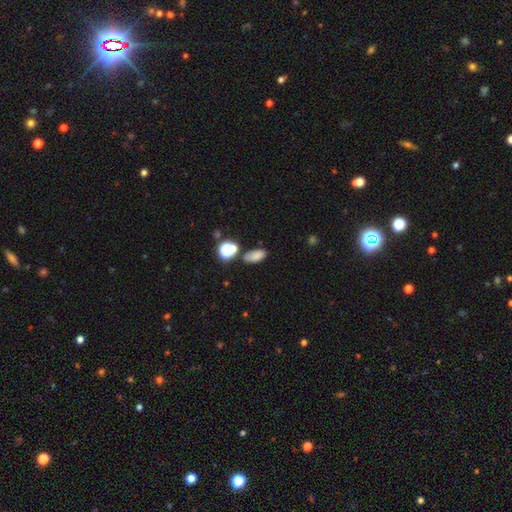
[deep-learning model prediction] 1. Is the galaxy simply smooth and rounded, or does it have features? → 77% smooth, 16% star or artifact, 7% featured or disk.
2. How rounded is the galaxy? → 86% in between, 10% round, 4% cigar-shaped.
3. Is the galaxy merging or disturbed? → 72% none, 14% minor disturbance, 9% merger, 4% major disturbance.